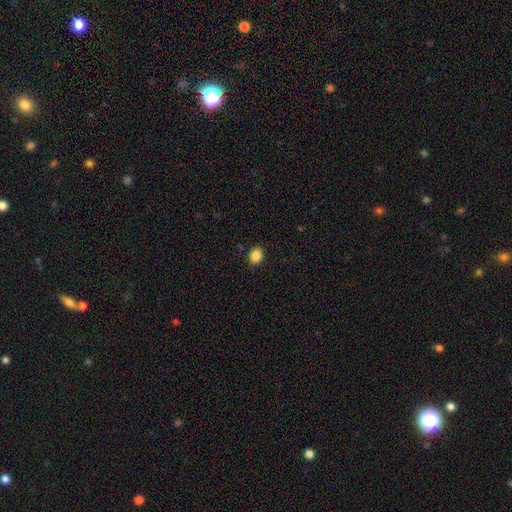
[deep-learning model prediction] This is clearly a smooth galaxy (87%). How rounded: possibly in between (51%). Merging: clearly none (89%).